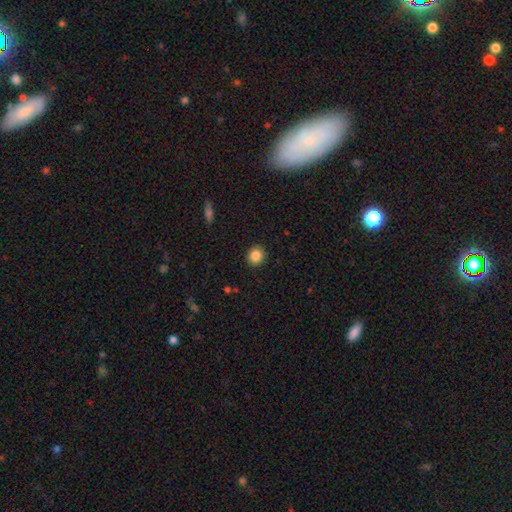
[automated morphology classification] A smooth galaxy with no disk features (86%) that is round (86%).

Vote fractions:
- Smooth or featured? smooth: 86% / star or artifact: 10% / featured or disk: 4%
- How rounded? round: 86% / in between: 13% / cigar-shaped: 1%
- Merging? none: 91% / minor disturbance: 6% / major disturbance: 2% / merger: 1%